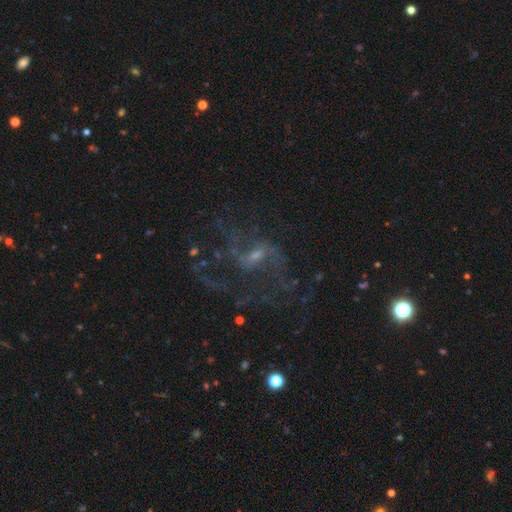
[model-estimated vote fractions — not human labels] The model was most divided on "spiral winding": loose: 56%, medium: 35%, tight: 9%. Remaining: edge-on disk — no (97%); spiral arms — yes (85%); smooth or featured — featured or disk (78%); bulge size — small (60%); bar — weak (54%); merging — none (53%); spiral arm count — 2 (50%).